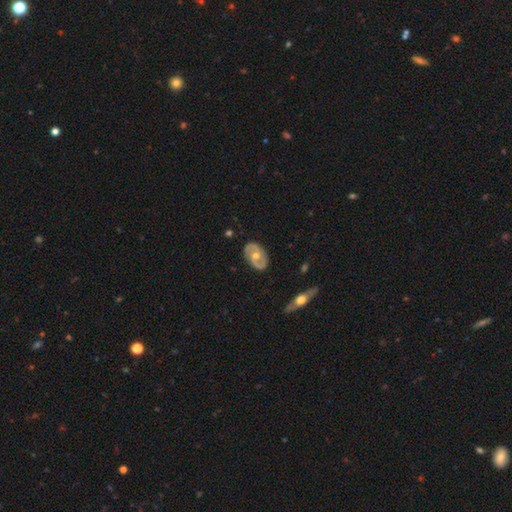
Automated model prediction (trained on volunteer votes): Q: Smooth or featured?
A: featured or disk (75%); runner-up: smooth (20%)
Q: Edge-on disk?
A: no (92%); runner-up: yes (8%)
Q: Bar?
A: no (73%); runner-up: weak (21%)
Q: Spiral arms?
A: yes (66%); runner-up: no (34%)
Q: Bulge size?
A: moderate (76%); runner-up: small (18%)
Q: Merging?
A: none (83%); runner-up: minor disturbance (12%)